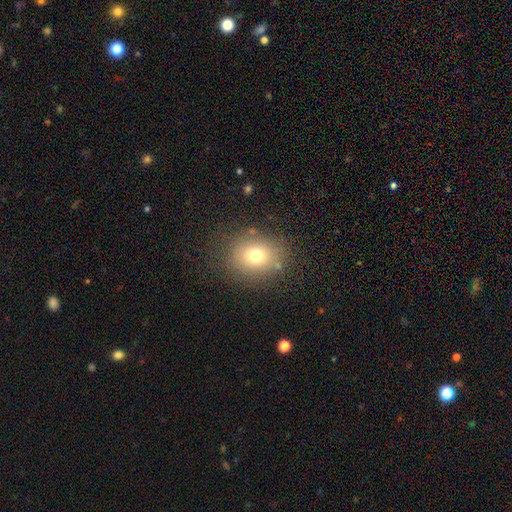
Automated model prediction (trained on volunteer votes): Smooth or featured?
  - smooth: 72% *
  - star or artifact: 15%
  - featured or disk: 13%
How rounded?
  - round: 62% *
  - in between: 37%
  - cigar-shaped: 1%
Merging?
  - none: 79% *
  - minor disturbance: 13%
  - major disturbance: 6%
  - merger: 2%